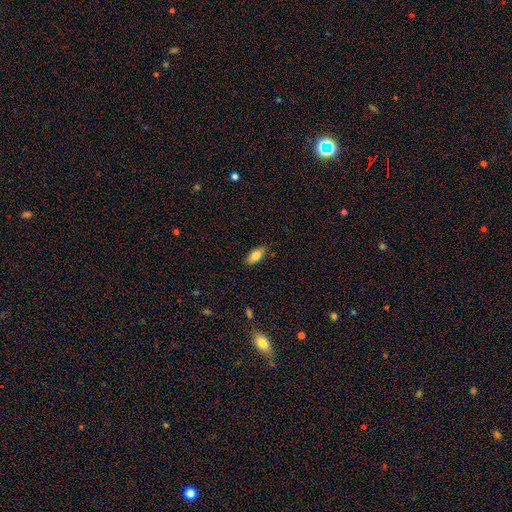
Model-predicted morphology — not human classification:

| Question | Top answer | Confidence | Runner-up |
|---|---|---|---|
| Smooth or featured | smooth | 82% | featured or disk (10%) |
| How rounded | in between | 87% | cigar-shaped (10%) |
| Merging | none | 85% | minor disturbance (12%) |